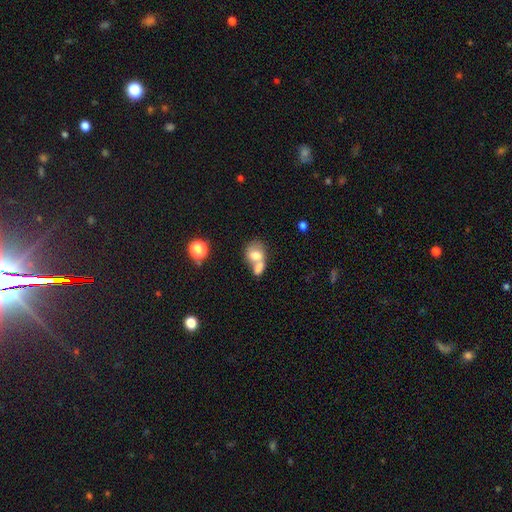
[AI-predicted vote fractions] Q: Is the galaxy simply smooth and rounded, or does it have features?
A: smooth — 70%.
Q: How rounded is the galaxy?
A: in between — 55%.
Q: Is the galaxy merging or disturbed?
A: merger — 67%.